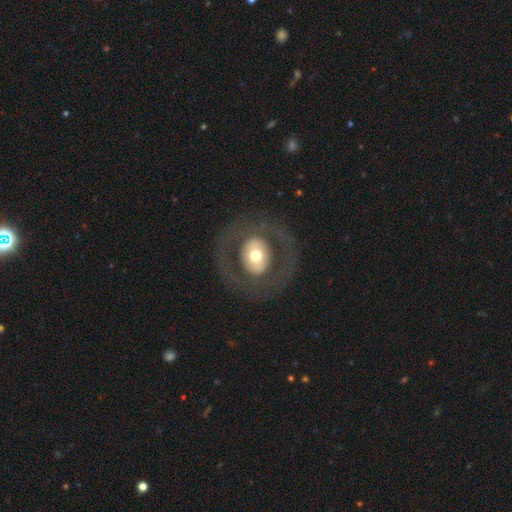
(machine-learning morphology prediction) This appears to be a featured or disk galaxy (52%). Merging: none (80%).